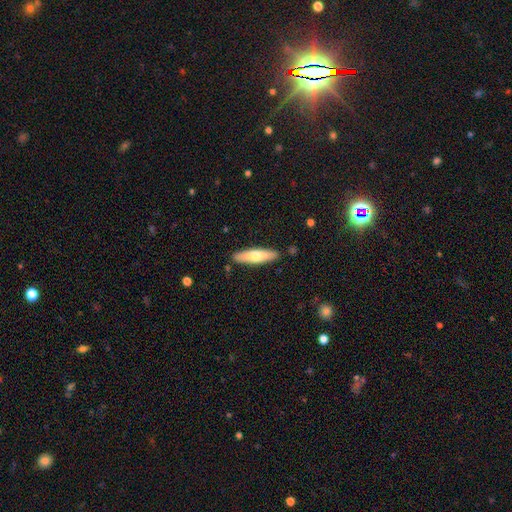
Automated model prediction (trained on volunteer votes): Q: Smooth or featured?
A: smooth (64%); runner-up: featured or disk (31%)
Q: How rounded?
A: cigar-shaped (71%); runner-up: in between (28%)
Q: Merging?
A: none (88%); runner-up: minor disturbance (9%)